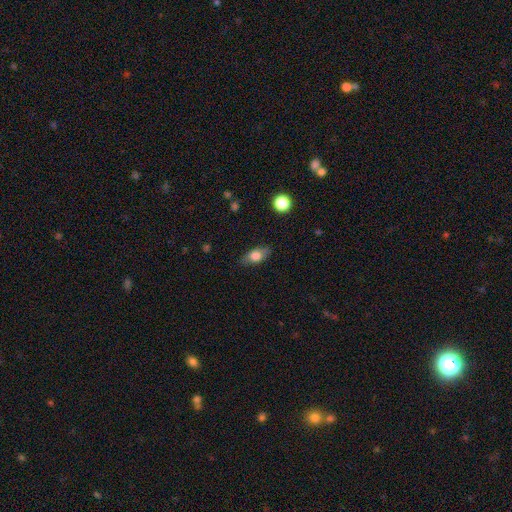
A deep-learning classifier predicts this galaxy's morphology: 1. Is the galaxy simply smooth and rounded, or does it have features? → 72% smooth, 21% featured or disk, 8% star or artifact.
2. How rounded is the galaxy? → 82% in between, 9% cigar-shaped, 8% round.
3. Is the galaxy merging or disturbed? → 80% none, 15% minor disturbance, 4% major disturbance, 1% merger.